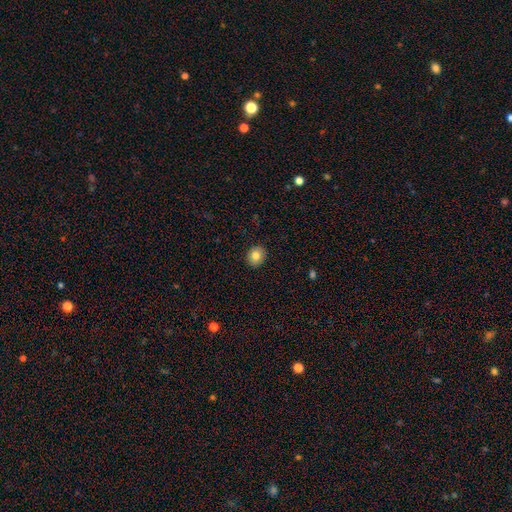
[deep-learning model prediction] smooth_or_featured: smooth (p=0.83) [alt: star or artifact p=0.09]
how_rounded: round (p=0.75) [alt: in between p=0.24]
merging: none (p=0.91) [alt: minor disturbance p=0.06]